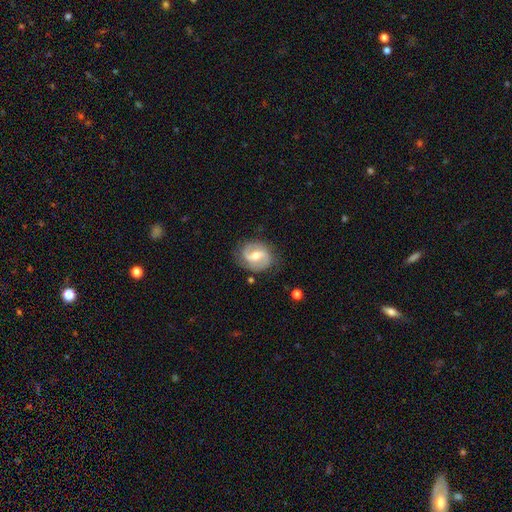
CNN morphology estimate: Q: Smooth or featured?
A: featured or disk (78%); runner-up: smooth (17%)
Q: Edge-on disk?
A: no (97%); runner-up: yes (3%)
Q: Bar?
A: weak (47%); runner-up: strong (35%)
Q: Spiral arms?
A: yes (90%); runner-up: no (10%)
Q: Spiral winding?
A: medium (46%); runner-up: loose (33%)
Q: Spiral arm count?
A: 2 (88%); runner-up: can't tell (5%)
Q: Bulge size?
A: moderate (65%); runner-up: small (28%)
Q: Merging?
A: none (79%); runner-up: minor disturbance (15%)